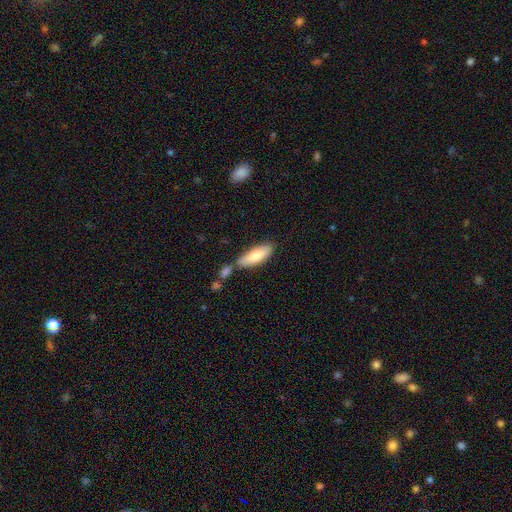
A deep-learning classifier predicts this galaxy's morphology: smooth-or-featured: smooth: 77% | featured or disk: 17% | star or artifact: 6%
  how-rounded: in between: 59% | cigar-shaped: 39% | round: 2%
  merging: none: 65% | merger: 16% | minor disturbance: 16% | major disturbance: 4%